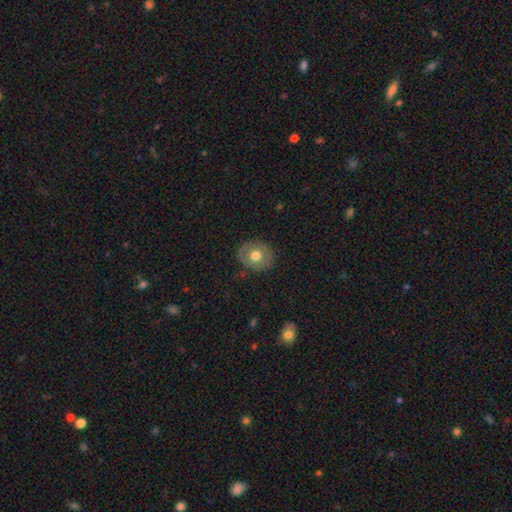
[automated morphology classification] This appears to be a smooth galaxy with no disk features (60%) that is round (70%). Merging: none (84%).